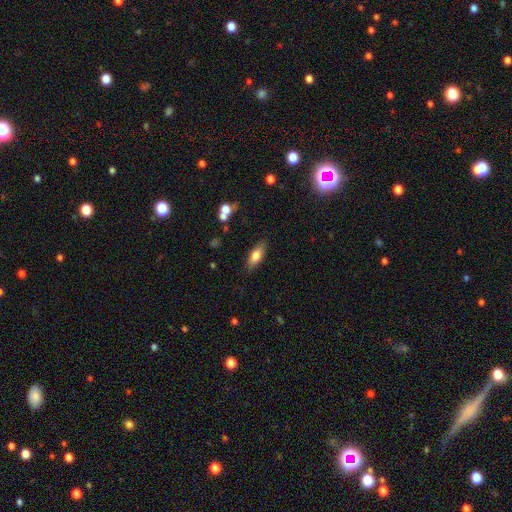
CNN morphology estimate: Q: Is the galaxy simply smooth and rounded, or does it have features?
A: smooth — 73%.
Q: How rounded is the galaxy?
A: in between — 71%.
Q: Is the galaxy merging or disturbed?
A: none — 84%.